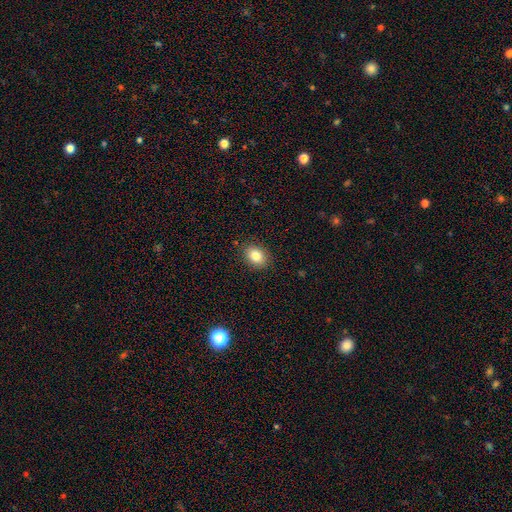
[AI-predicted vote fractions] Overall: smooth (83%). How rounded: in between (64%; round 35%). Merging: none (88%).